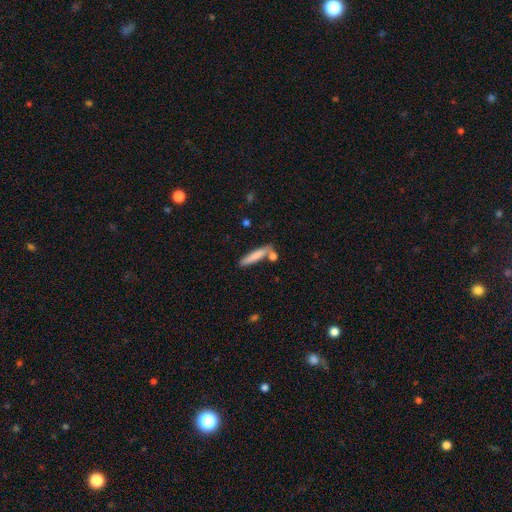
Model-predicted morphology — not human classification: This is likely a smooth galaxy (77%). How rounded: clearly cigar-shaped (86%). Merging: likely none (68%).